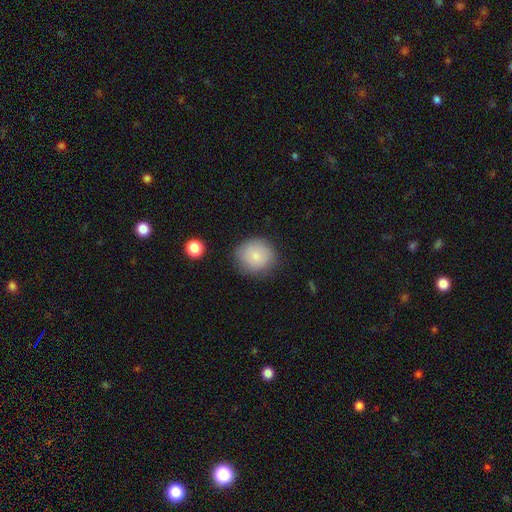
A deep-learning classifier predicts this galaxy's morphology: A smooth galaxy with no disk features (82%) that is round (86%).

Vote fractions:
- Smooth or featured? smooth: 82% / featured or disk: 10% / star or artifact: 8%
- How rounded? round: 86% / in between: 13% / cigar-shaped: 1%
- Merging? none: 80% / minor disturbance: 14% / major disturbance: 4% / merger: 2%